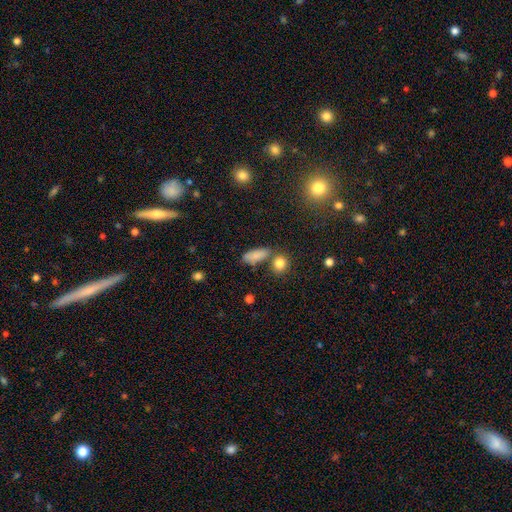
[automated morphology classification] Smooth or featured?
  - smooth: 83% *
  - star or artifact: 9%
  - featured or disk: 8%
How rounded?
  - in between: 73% *
  - cigar-shaped: 21%
  - round: 6%
Merging?
  - none: 65% *
  - minor disturbance: 16%
  - merger: 14%
  - major disturbance: 5%